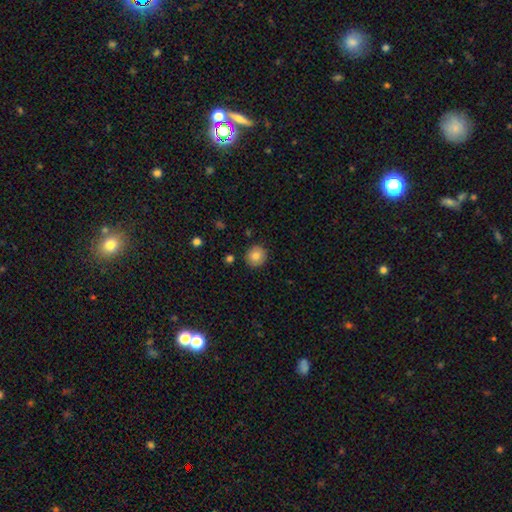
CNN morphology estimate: Smooth or featured: smooth — 84% (star or artifact — 9%)
How rounded: round — 92% (in between — 7%)
Merging: none — 90% (minor disturbance — 7%)